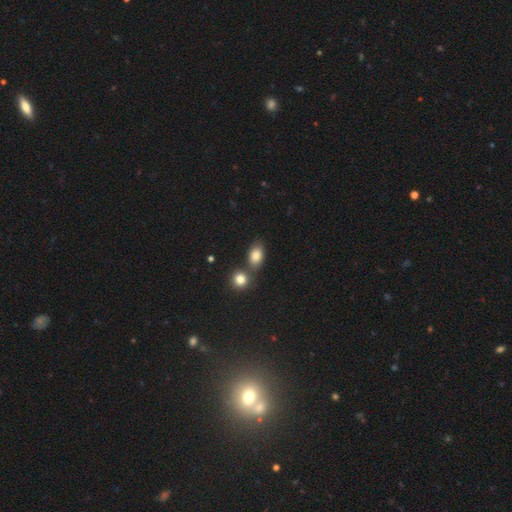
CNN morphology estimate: type=smooth (81%); roundness=in between (80%); merging=none (55%).